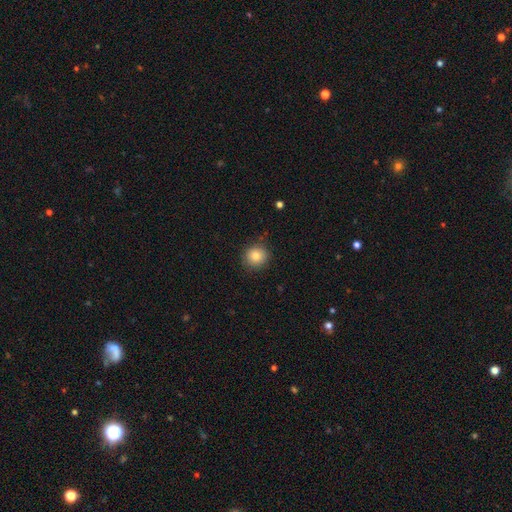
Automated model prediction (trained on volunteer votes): The model was most divided on "smooth or featured": smooth: 82%, star or artifact: 11%, featured or disk: 8%. More confident: how rounded — round (90%); merging — none (86%).